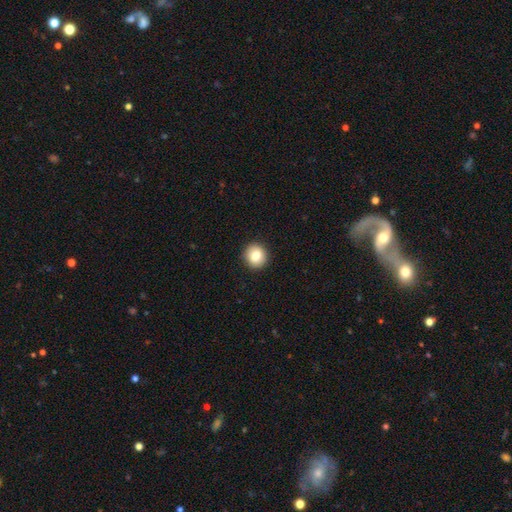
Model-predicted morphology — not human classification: Smooth or featured? smooth (81%)
How rounded? round (90%)
Merging? none (92%)